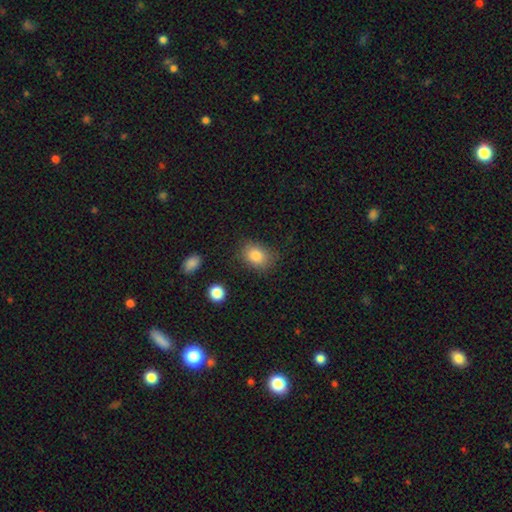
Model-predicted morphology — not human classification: type=smooth (85%); roundness=in between (69%); merging=none (76%).